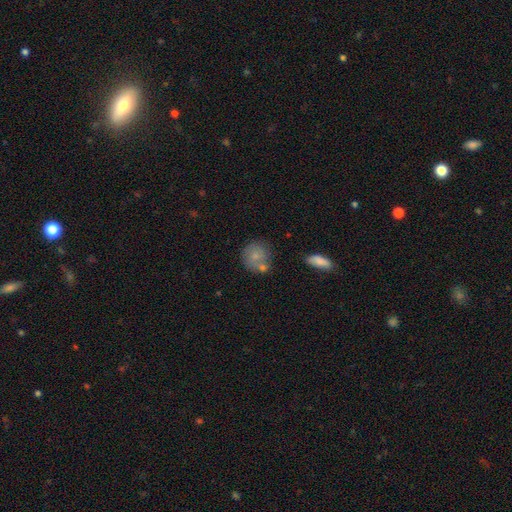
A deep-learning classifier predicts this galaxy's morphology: type=smooth (76%); roundness=round (84%); merging=none (53%).